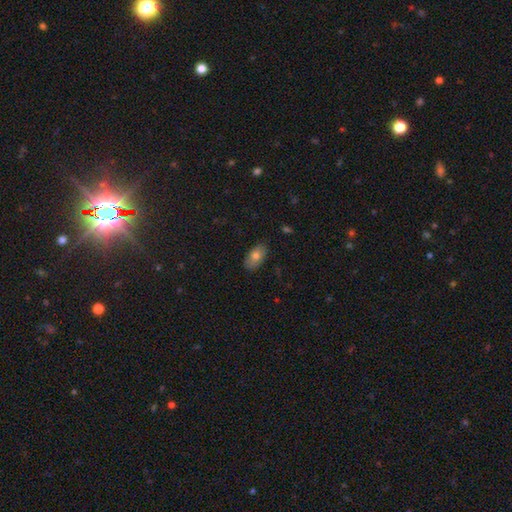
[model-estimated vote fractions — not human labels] The model was most divided on "smooth or featured": smooth: 77%, featured or disk: 16%, star or artifact: 7%. More confident: how rounded — in between (93%); merging — none (85%).